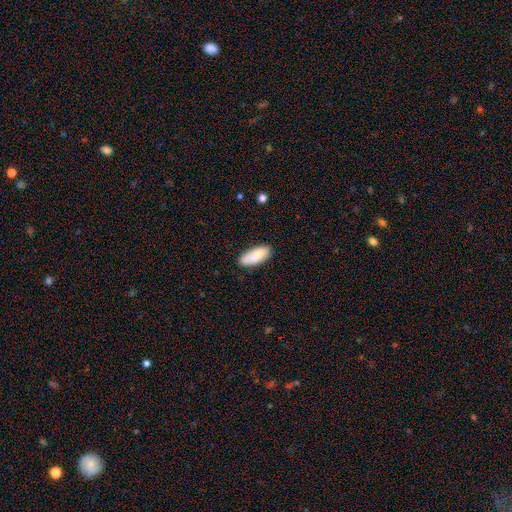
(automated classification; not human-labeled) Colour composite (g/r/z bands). It shows a smooth galaxy with no disk features (80%) that is in between round and cigar-shaped (79%). Merging: none (80%).